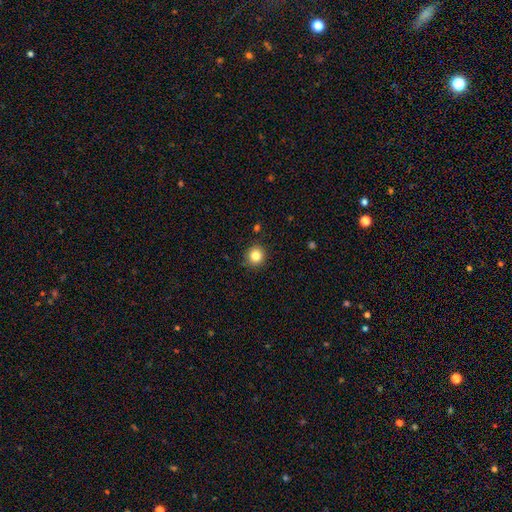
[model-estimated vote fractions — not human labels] The model was most divided on "smooth or featured": smooth: 84%, star or artifact: 11%, featured or disk: 5%. More confident: how rounded — round (91%); merging — none (90%).